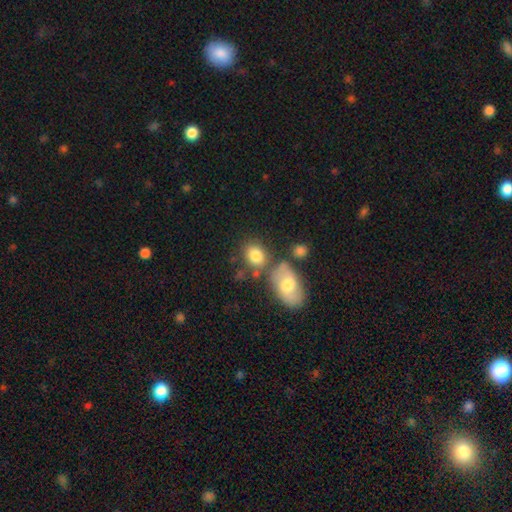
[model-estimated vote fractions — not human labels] Smooth or featured: smooth — 80% (featured or disk — 12%)
How rounded: in between — 65% (round — 33%)
Merging: none — 58% (merger — 22%)